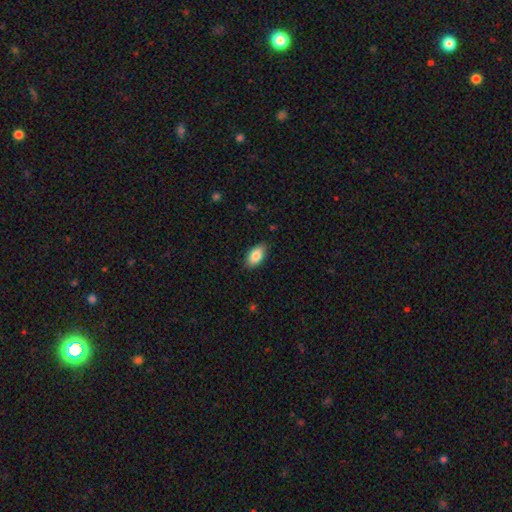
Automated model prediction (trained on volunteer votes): A smooth galaxy with no disk features (85%) that is in between round and cigar-shaped (93%). Merging: none (86%).